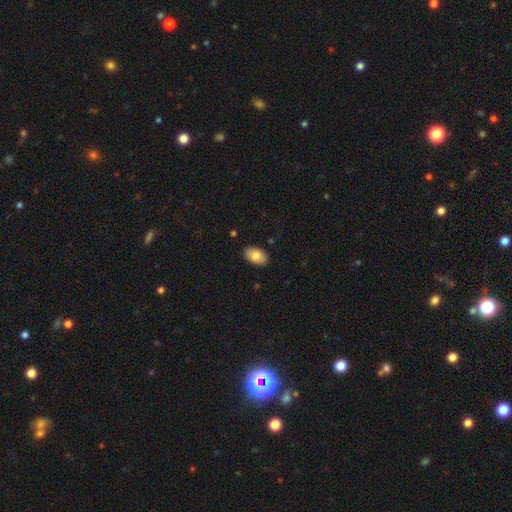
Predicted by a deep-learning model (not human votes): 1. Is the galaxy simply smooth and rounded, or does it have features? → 81% smooth, 13% featured or disk, 7% star or artifact.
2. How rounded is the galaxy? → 93% in between, 6% round, 1% cigar-shaped.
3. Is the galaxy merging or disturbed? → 88% none, 9% minor disturbance, 2% major disturbance, 1% merger.